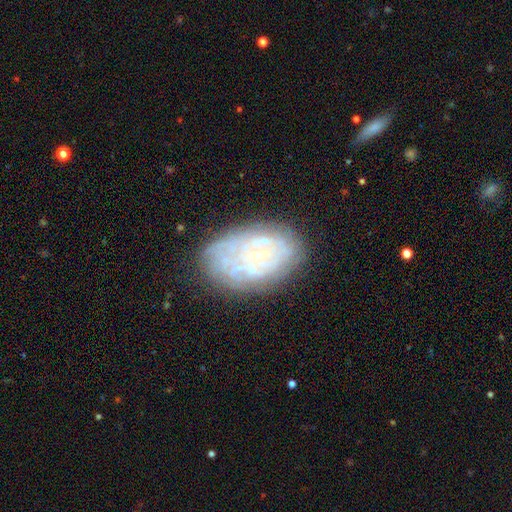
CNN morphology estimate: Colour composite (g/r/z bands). It shows a featured or disk galaxy (66%) with no bar (85%), no spiral arms (55%) and a small central bulge (73%). Merging: none (66%).